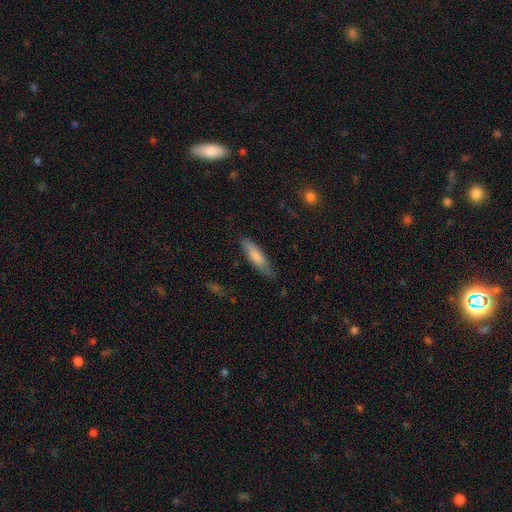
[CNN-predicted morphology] Q: Smooth or featured?
A: smooth (75%); runner-up: featured or disk (19%)
Q: How rounded?
A: cigar-shaped (66%); runner-up: in between (32%)
Q: Merging?
A: none (77%); runner-up: minor disturbance (18%)